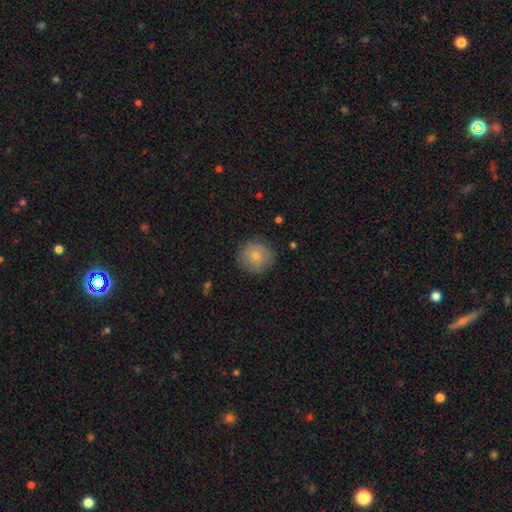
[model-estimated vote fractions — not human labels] Smooth or featured? smooth (77%)
How rounded? round (92%)
Merging? none (82%)